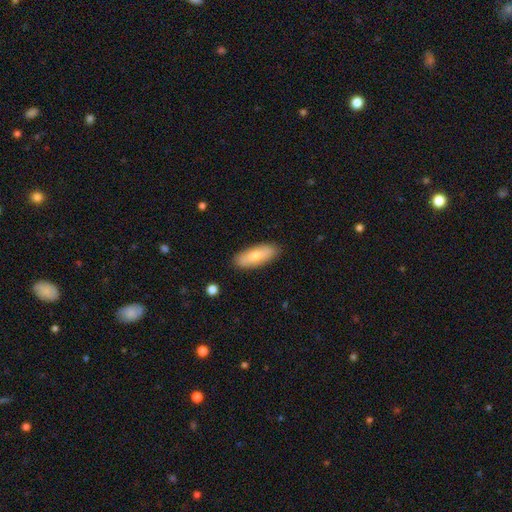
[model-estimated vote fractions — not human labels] Smooth or featured?
  - smooth: 73% *
  - featured or disk: 22%
  - star or artifact: 6%
How rounded?
  - in between: 71% *
  - cigar-shaped: 27%
  - round: 2%
Merging?
  - none: 87% *
  - minor disturbance: 10%
  - major disturbance: 2%
  - merger: 1%